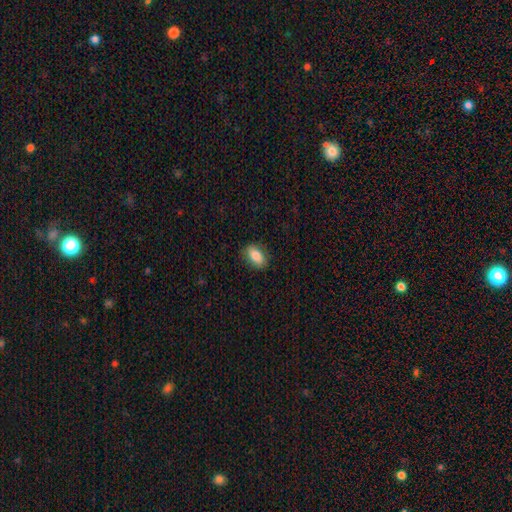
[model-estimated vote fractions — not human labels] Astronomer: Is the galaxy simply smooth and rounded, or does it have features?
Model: smooth — 83%.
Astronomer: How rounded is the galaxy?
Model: in between — 87%.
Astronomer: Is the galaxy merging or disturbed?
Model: none — 85%.